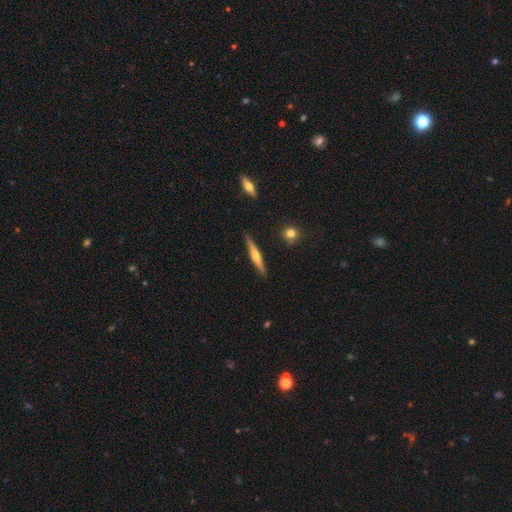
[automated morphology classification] This appears to be a featured or disk galaxy (56%) viewed edge-on (96%) with a rounded central bulge (82%). Merging: none (87%).